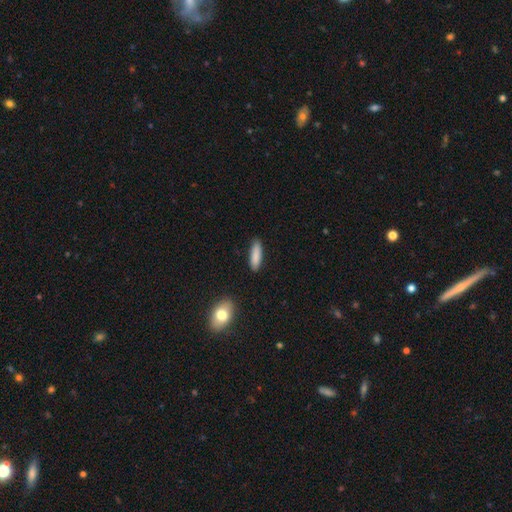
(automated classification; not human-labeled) smooth 86%, featured or disk 8%, star or artifact 6%. Down the decision tree: how rounded — cigar-shaped (61%); merging — none (88%).